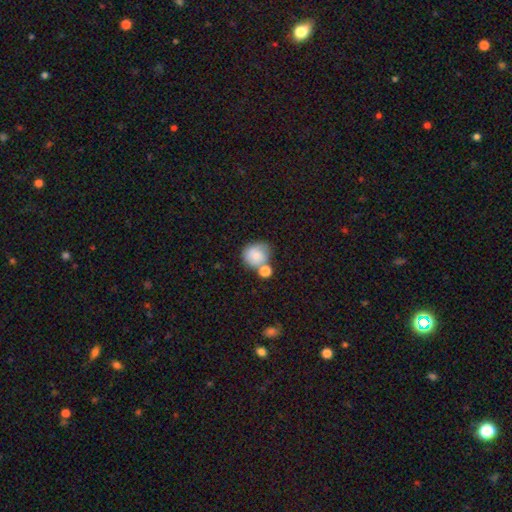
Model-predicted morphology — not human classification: Smooth or featured?
  - smooth: 81% *
  - featured or disk: 10%
  - star or artifact: 8%
How rounded?
  - round: 82% *
  - in between: 17%
  - cigar-shaped: 1%
Merging?
  - none: 47% *
  - merger: 30%
  - minor disturbance: 16%
  - major disturbance: 6%